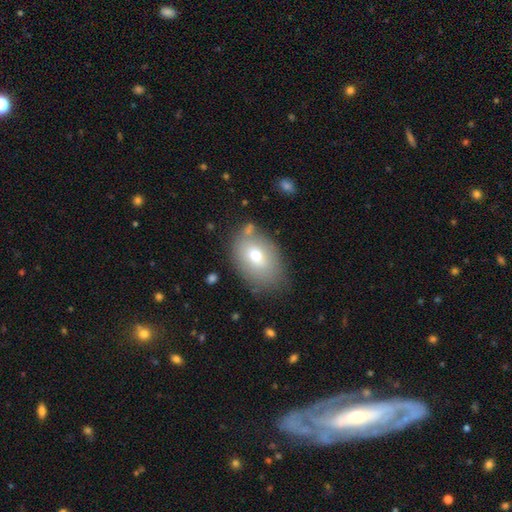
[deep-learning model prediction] Morphology: type=smooth (70%); roundness=in between (82%); merging=none (70%).